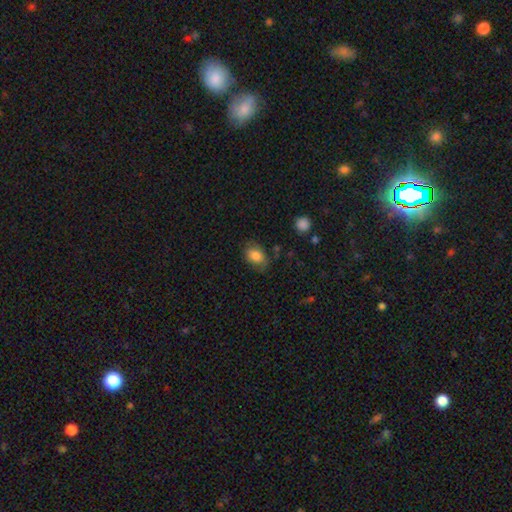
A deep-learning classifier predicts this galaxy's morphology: Smooth or featured?
  - smooth: 72% *
  - featured or disk: 19%
  - star or artifact: 8%
How rounded?
  - in between: 77% *
  - round: 22%
  - cigar-shaped: 1%
Merging?
  - none: 61% *
  - minor disturbance: 26%
  - major disturbance: 11%
  - merger: 2%